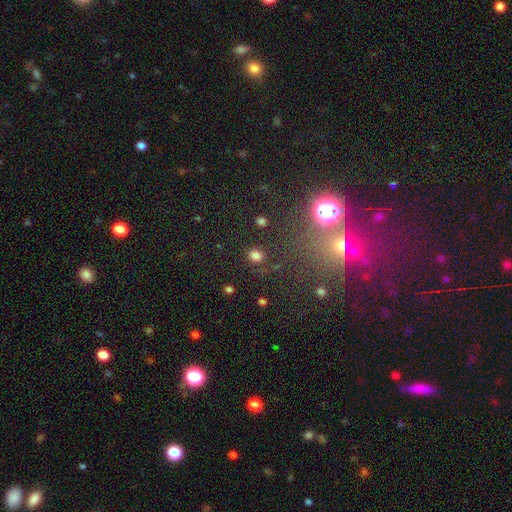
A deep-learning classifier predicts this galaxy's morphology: This is likely a smooth galaxy (79%). How rounded: likely round (72%). Merging: clearly none (83%).